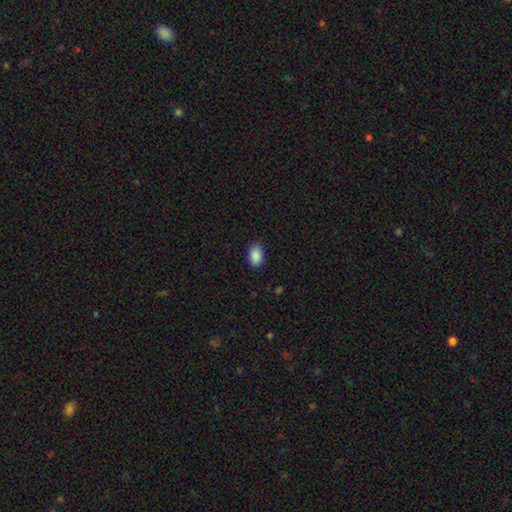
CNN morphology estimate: A smooth galaxy with no disk features (89%) that is in between round and cigar-shaped (85%).

Vote fractions:
- Smooth or featured? smooth: 89% / star or artifact: 8% / featured or disk: 3%
- How rounded? in between: 85% / round: 13% / cigar-shaped: 1%
- Merging? none: 81% / minor disturbance: 15% / major disturbance: 3% / merger: 1%